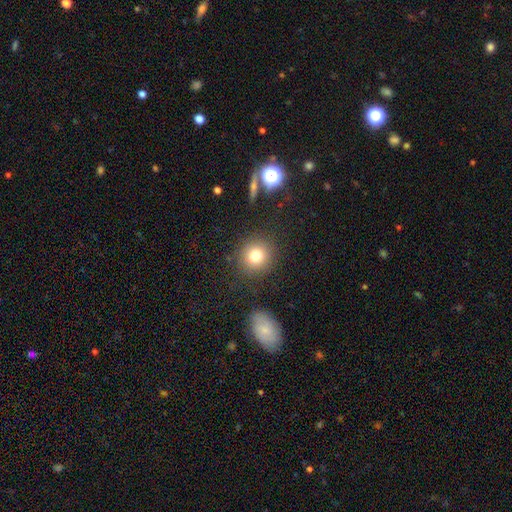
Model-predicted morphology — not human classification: This is likely a smooth galaxy (79%). How rounded: clearly round (90%). Merging: clearly none (86%).